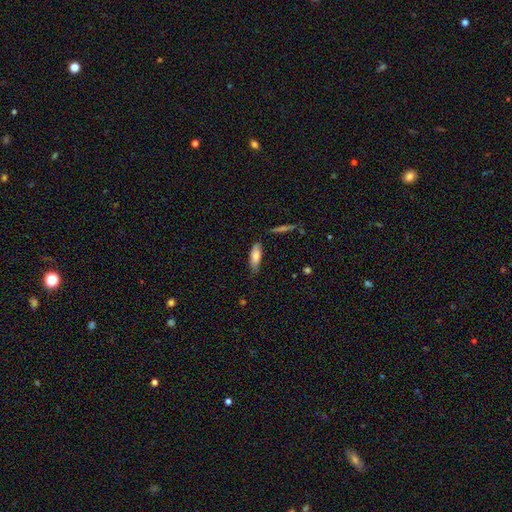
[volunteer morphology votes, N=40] Smooth or featured: smooth — 75% (featured or disk — 12%)
How rounded: cigar-shaped — 63% (in between — 33%)
Merging: none — 80% (minor disturbance — 9%)